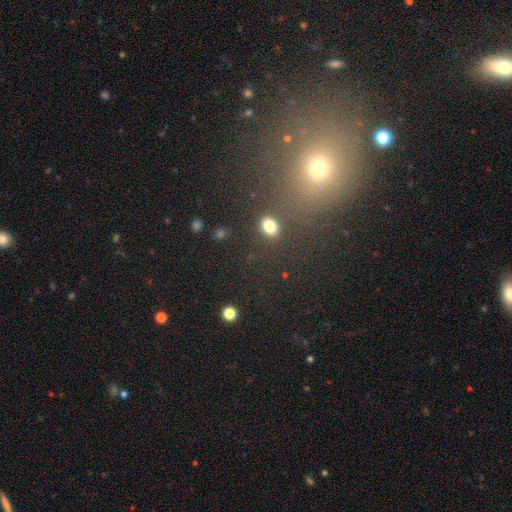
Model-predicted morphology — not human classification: Overall: star or artifact (48%; smooth 44%).